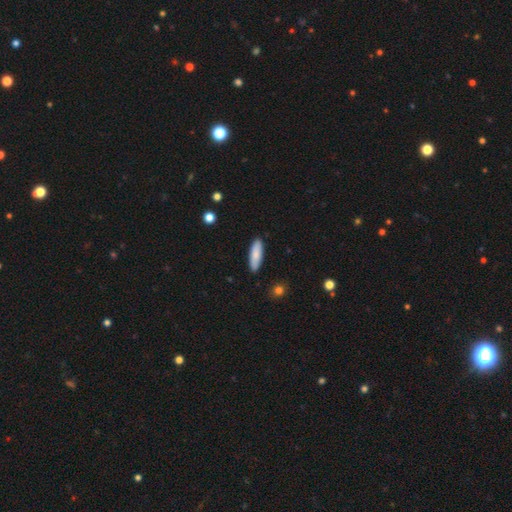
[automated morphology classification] Q: Smooth or featured?
A: smooth (84%); runner-up: featured or disk (11%)
Q: How rounded?
A: cigar-shaped (52%); runner-up: in between (47%)
Q: Merging?
A: none (89%); runner-up: minor disturbance (8%)